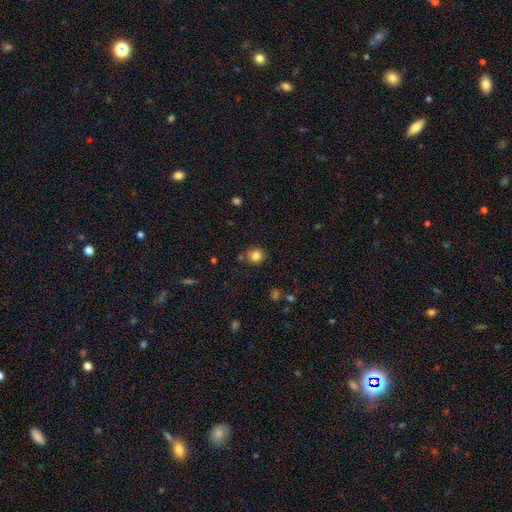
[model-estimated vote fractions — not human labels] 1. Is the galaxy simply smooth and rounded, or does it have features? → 82% smooth, 12% star or artifact, 6% featured or disk.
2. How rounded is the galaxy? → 88% round, 11% in between, 1% cigar-shaped.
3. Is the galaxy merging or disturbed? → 79% none, 11% minor disturbance, 8% merger, 3% major disturbance.